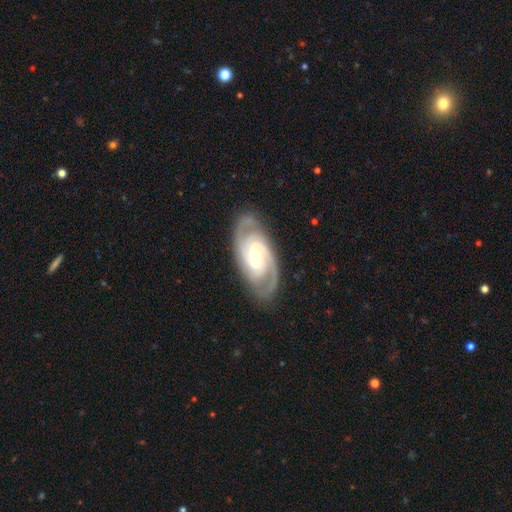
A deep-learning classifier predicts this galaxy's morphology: Smooth or featured? featured or disk (91%)
Edge-on disk? no (95%)
Bar? weak (42%)
Spiral arms? yes (98%)
Spiral winding? tight (63%)
Spiral arm count? 2 (69%)
Bulge size? moderate (62%)
Merging? none (83%)